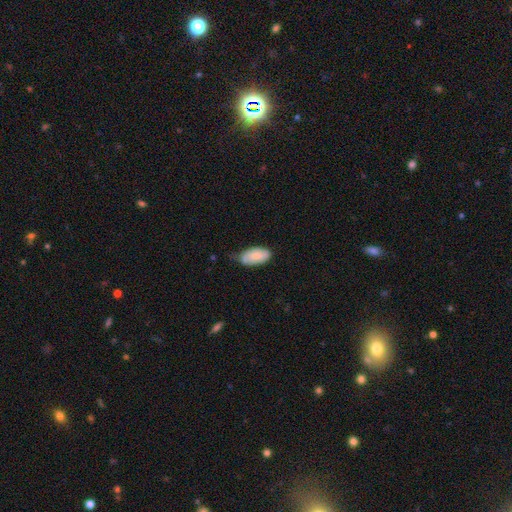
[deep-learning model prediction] Smooth or featured? smooth (77%)
How rounded? in between (93%)
Merging? none (46%)